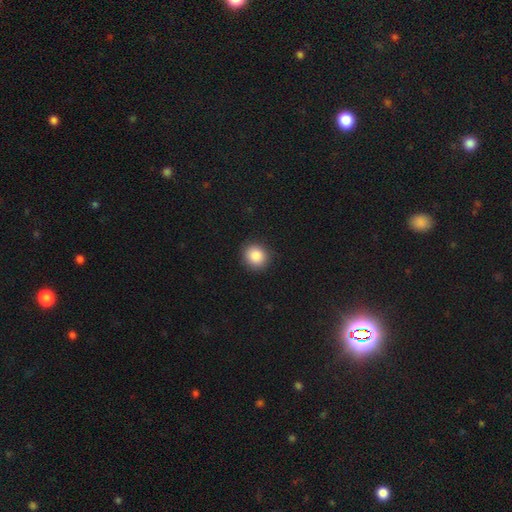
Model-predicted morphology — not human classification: Q: Smooth or featured?
A: smooth (88%); runner-up: star or artifact (9%)
Q: How rounded?
A: round (82%); runner-up: in between (17%)
Q: Merging?
A: none (89%); runner-up: minor disturbance (8%)